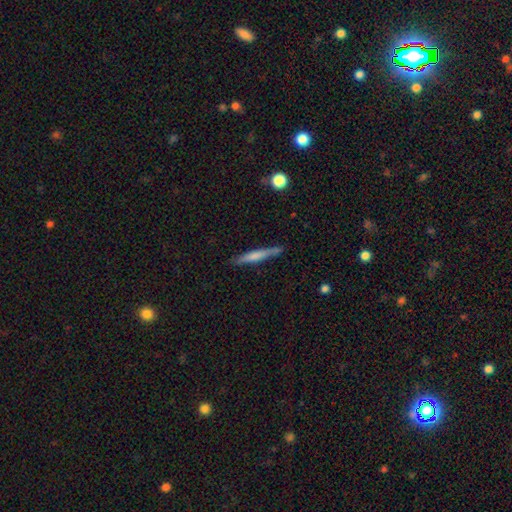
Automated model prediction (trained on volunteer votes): Morphology: type=smooth (58%); roundness=cigar-shaped (94%); merging=none (83%).